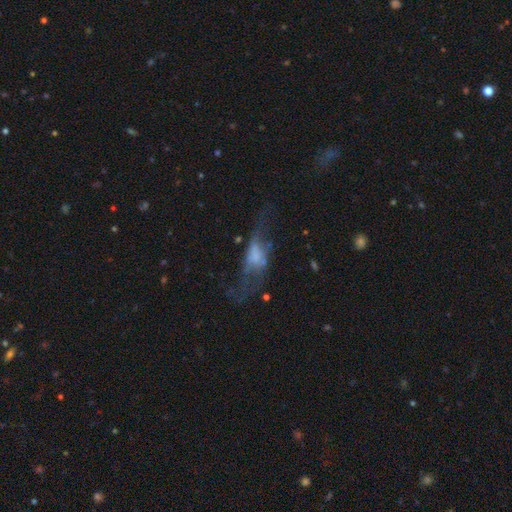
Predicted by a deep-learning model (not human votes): Morphology: type=featured or disk (53%); edge-on=no (75%); merging=major disturbance (45%).